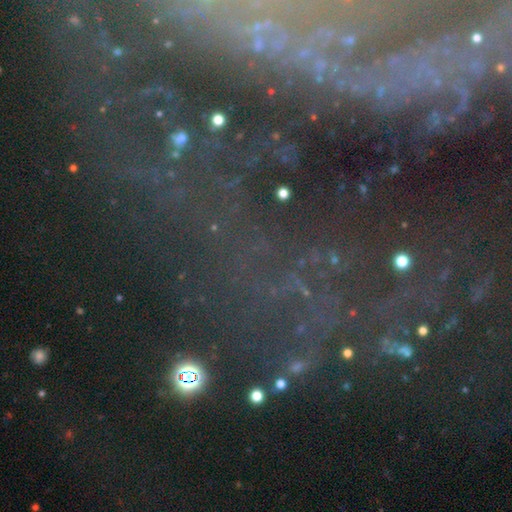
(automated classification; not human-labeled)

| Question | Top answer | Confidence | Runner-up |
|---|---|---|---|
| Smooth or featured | star or artifact | 62% | featured or disk (22%) |